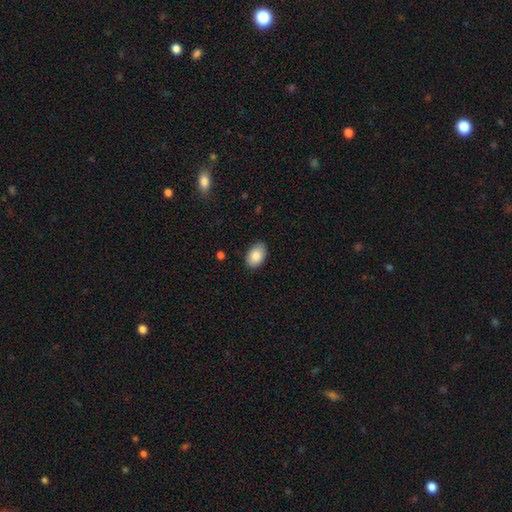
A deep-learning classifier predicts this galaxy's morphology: Smooth or featured? Predicted: smooth (p=0.85). How rounded? Predicted: in between (p=0.90). Merging? Predicted: none (p=0.86).